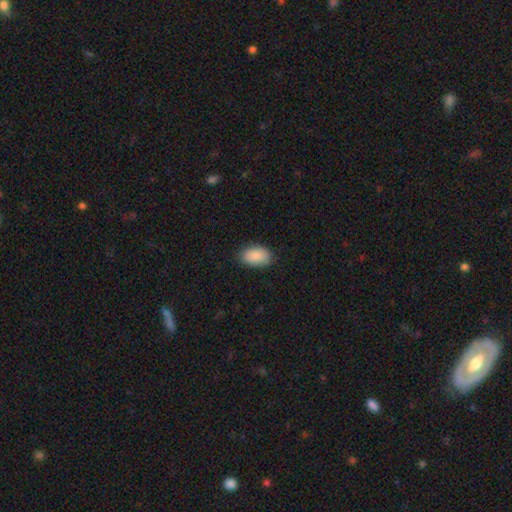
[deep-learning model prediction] A smooth galaxy with no disk features (89%) that is in between round and cigar-shaped (92%). Merging: none (84%).